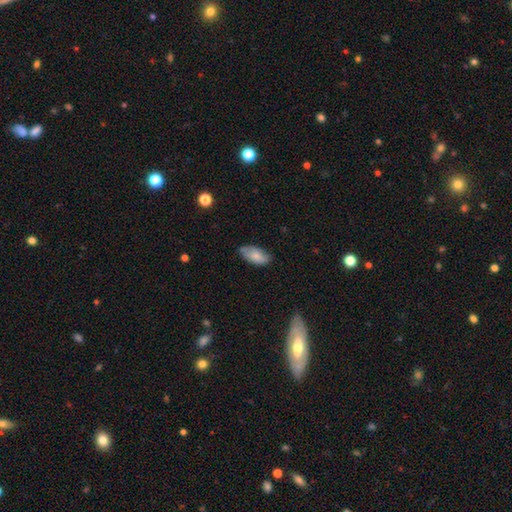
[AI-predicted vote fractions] Q: Smooth or featured?
A: smooth (78%); runner-up: featured or disk (16%)
Q: How rounded?
A: in between (93%); runner-up: cigar-shaped (4%)
Q: Merging?
A: none (69%); runner-up: minor disturbance (25%)